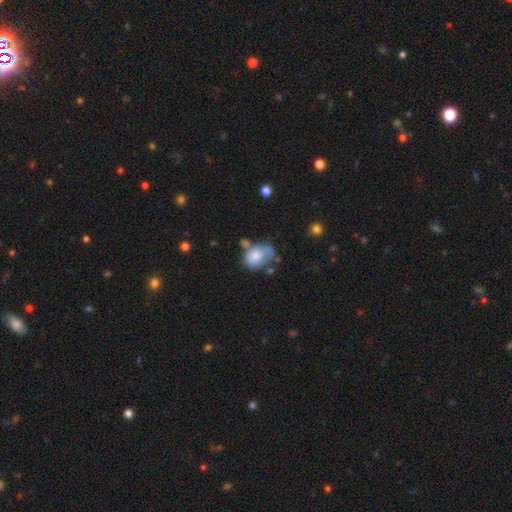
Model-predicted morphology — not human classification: Q: Smooth or featured?
A: smooth (64%); runner-up: featured or disk (28%)
Q: How rounded?
A: in between (73%); runner-up: round (26%)
Q: Merging?
A: none (29%); tied with: minor disturbance (29%)